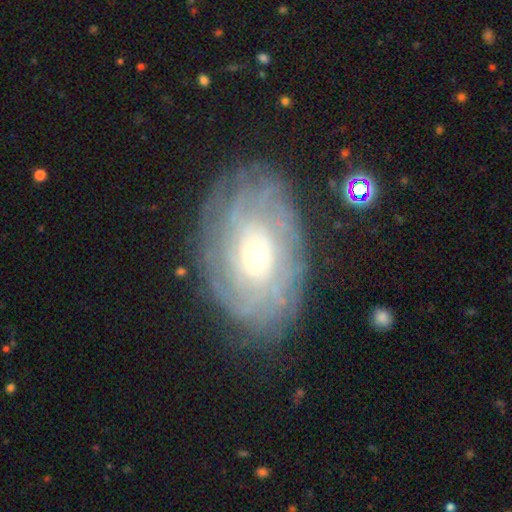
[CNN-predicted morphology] This is likely a featured or disk galaxy (76%). It is clearly not viewed edge-on (95%). Bar: clearly no (81%). Spiral arm pattern: clearly yes (87%). Spiral arm count: possibly can't tell (52%). Spiral winding: likely tight (79%). Central bulge: likely small (66%). Merging: likely none (79%).